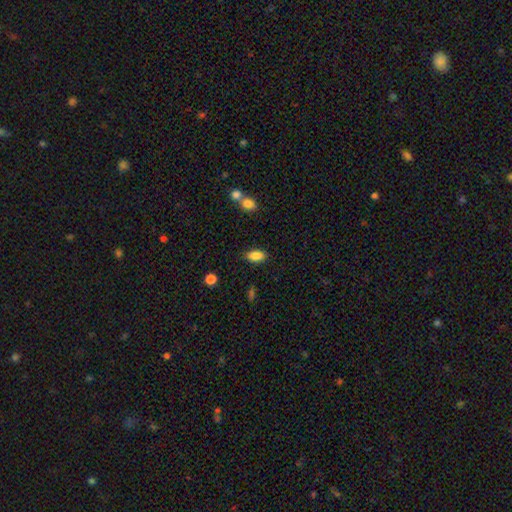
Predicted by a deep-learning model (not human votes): Smooth or featured? smooth (86%)
How rounded? in between (88%)
Merging? none (85%)